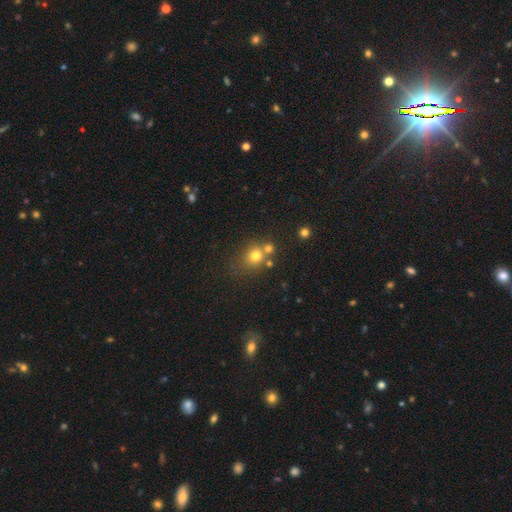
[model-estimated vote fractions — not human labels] Smooth or featured? Predicted: smooth (p=0.74). How rounded? Predicted: round (p=0.79). Merging? Predicted: none (p=0.54).